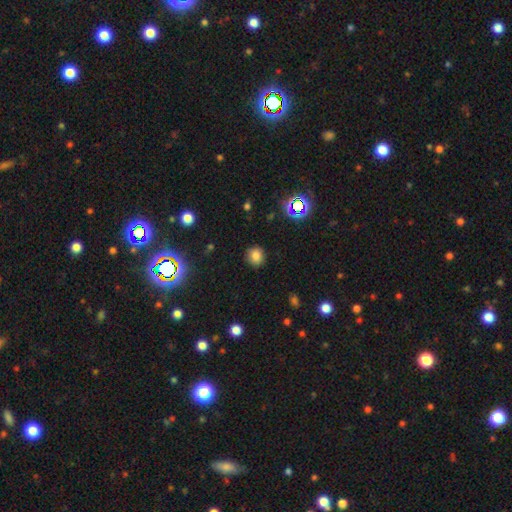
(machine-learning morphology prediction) Overall: smooth (77%). How rounded: round (88%). Merging: none (89%).